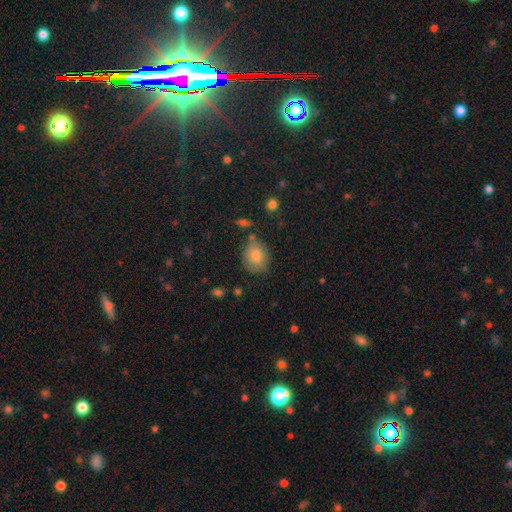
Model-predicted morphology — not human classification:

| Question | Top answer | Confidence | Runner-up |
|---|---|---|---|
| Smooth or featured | smooth | 82% | featured or disk (10%) |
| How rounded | round | 61% | in between (38%) |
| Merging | none | 70% | minor disturbance (20%) |